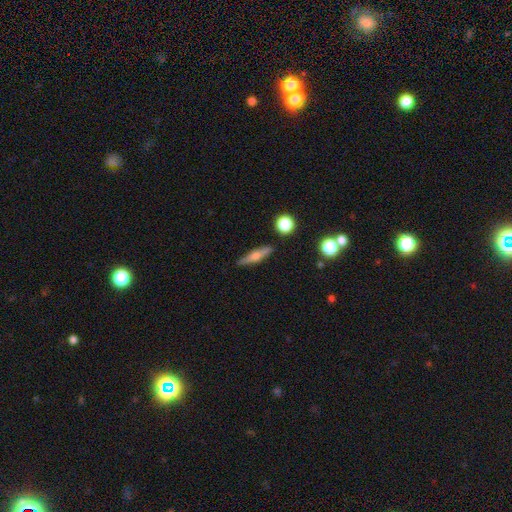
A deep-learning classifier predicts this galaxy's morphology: Overall: featured or disk (49%; smooth 43%). Merging: none (87%).